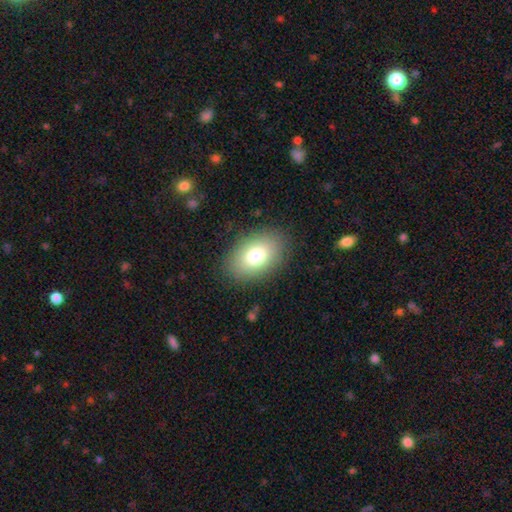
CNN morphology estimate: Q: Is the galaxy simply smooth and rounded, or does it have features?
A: smooth — 78%.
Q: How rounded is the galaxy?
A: in between — 85%.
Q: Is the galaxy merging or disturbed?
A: none — 85%.